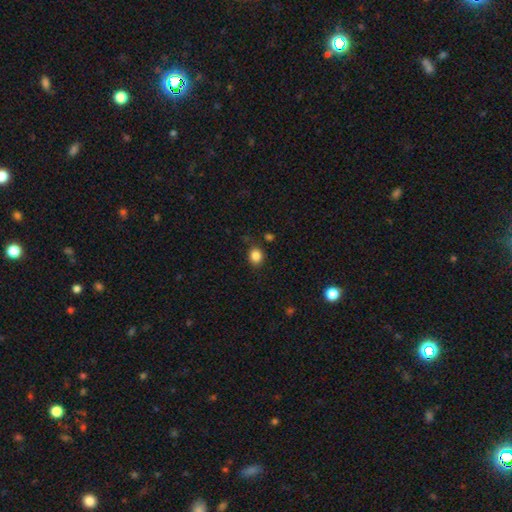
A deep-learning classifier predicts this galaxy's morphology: A smooth galaxy with no disk features (85%) that is round (65%).

Vote fractions:
- Smooth or featured? smooth: 85% / star or artifact: 11% / featured or disk: 4%
- How rounded? round: 65% / in between: 34% / cigar-shaped: 1%
- Merging? none: 83% / minor disturbance: 11% / major disturbance: 3% / merger: 3%